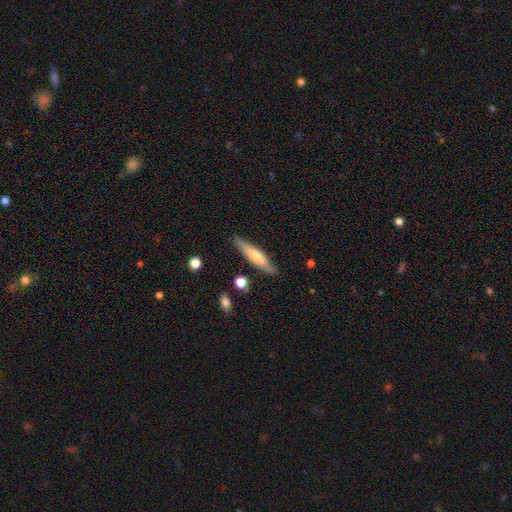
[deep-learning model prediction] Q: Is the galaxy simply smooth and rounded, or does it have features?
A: smooth — 50%.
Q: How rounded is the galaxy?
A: cigar-shaped — 85%.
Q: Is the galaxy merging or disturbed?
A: none — 85%.